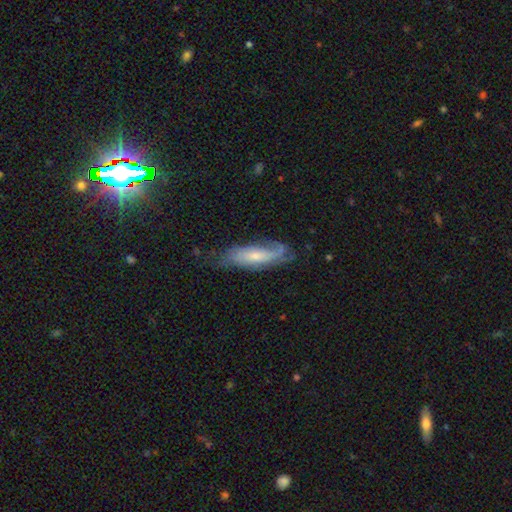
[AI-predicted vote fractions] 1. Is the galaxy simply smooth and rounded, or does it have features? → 57% featured or disk, 36% smooth, 7% star or artifact.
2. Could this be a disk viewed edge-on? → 72% no, 28% yes.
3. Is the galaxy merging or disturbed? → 57% none, 27% minor disturbance, 14% major disturbance, 2% merger.